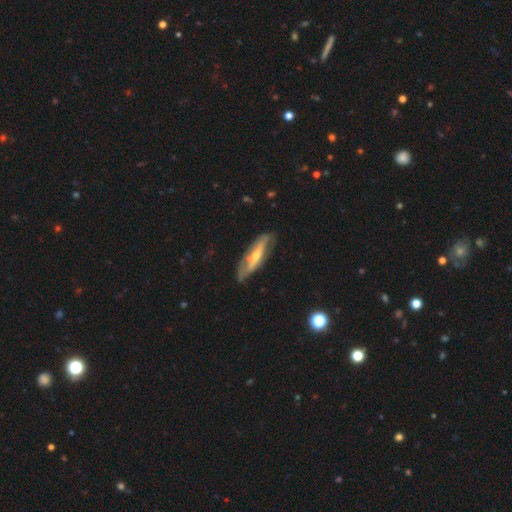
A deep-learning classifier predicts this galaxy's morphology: smooth-or-featured: featured or disk: 64% | smooth: 30% | star or artifact: 6%
  disk-edge-on: no: 54% | yes: 46%
  merging: none: 62% | minor disturbance: 26% | major disturbance: 8% | merger: 3%